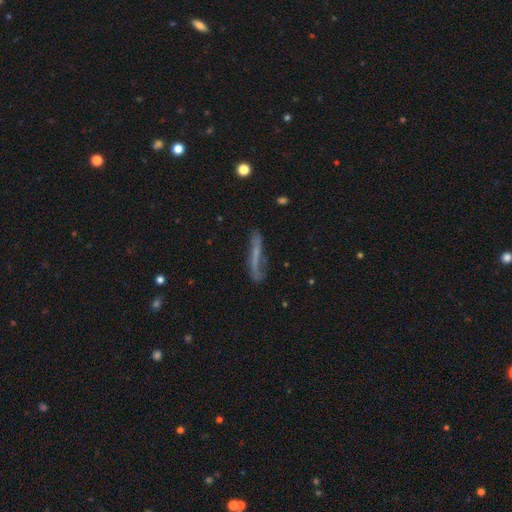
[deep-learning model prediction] A featured or disk galaxy (52%) viewed edge-on (55%). Merging: none (57%).